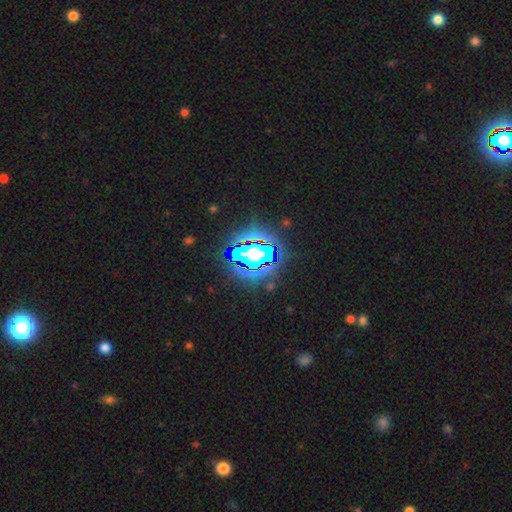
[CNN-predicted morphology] This is likely a star or artifact rather than a galaxy (66%).